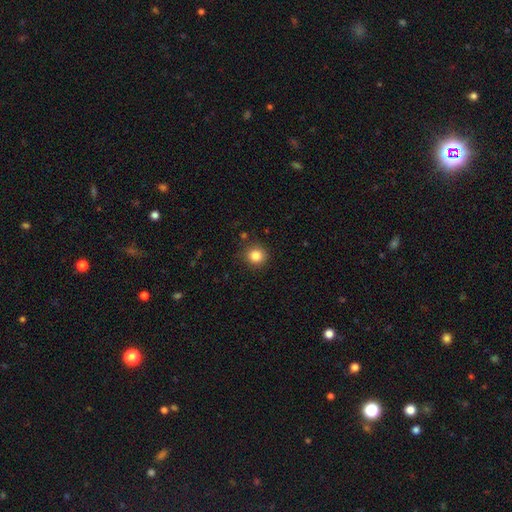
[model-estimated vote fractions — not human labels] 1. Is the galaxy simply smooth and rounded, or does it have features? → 84% smooth, 11% star or artifact, 5% featured or disk.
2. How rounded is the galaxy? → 92% round, 7% in between, 1% cigar-shaped.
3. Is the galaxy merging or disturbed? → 88% none, 8% minor disturbance, 2% major disturbance, 2% merger.